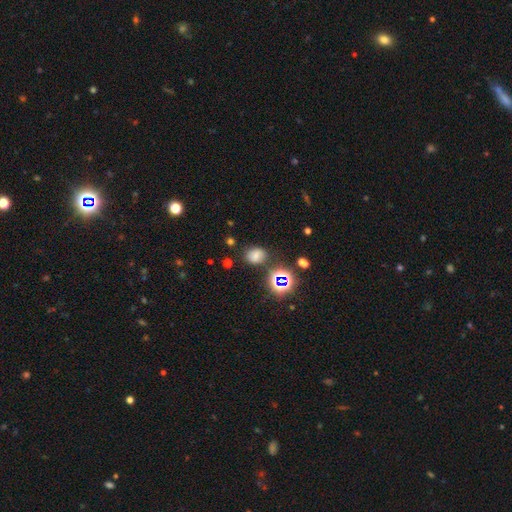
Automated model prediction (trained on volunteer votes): Morphology: type=smooth (65%); roundness=in between (58%); merging=none (74%).